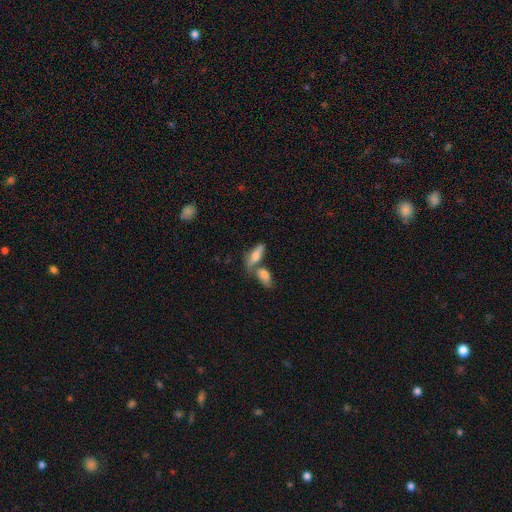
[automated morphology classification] Smooth or featured?
  - smooth: 62% *
  - featured or disk: 30%
  - star or artifact: 7%
How rounded?
  - in between: 60% *
  - cigar-shaped: 37%
  - round: 4%
Merging?
  - none: 43% *
  - merger: 38%
  - minor disturbance: 13%
  - major disturbance: 6%